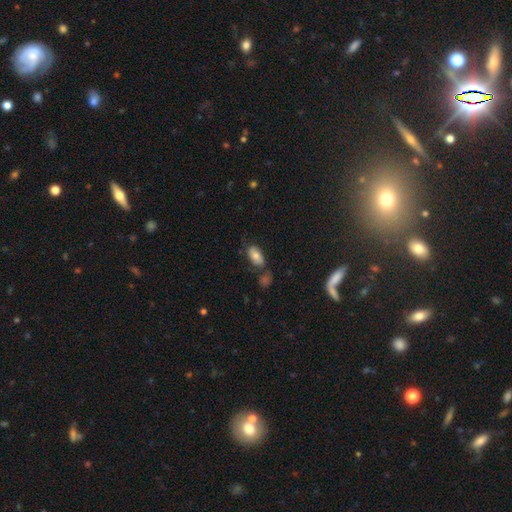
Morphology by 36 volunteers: smooth-or-featured: smooth: 67% | featured or disk: 28% | star or artifact: 6%
  how-rounded: in between: 83% | round: 12% | cigar-shaped: 4%
  merging: none: 59% | minor disturbance: 18% | major disturbance: 12% | merger: 12%